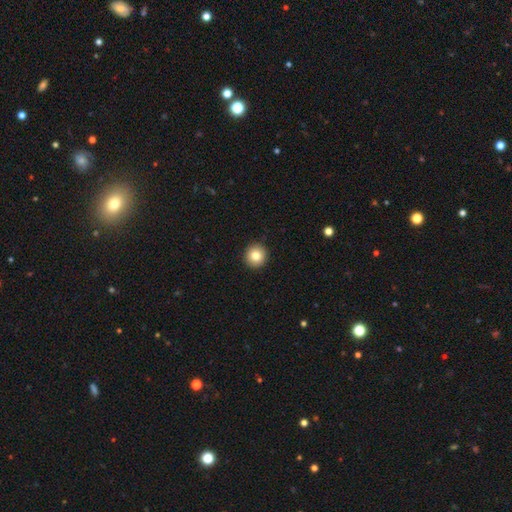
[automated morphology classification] Smooth or featured? smooth (83%)
How rounded? round (94%)
Merging? none (92%)